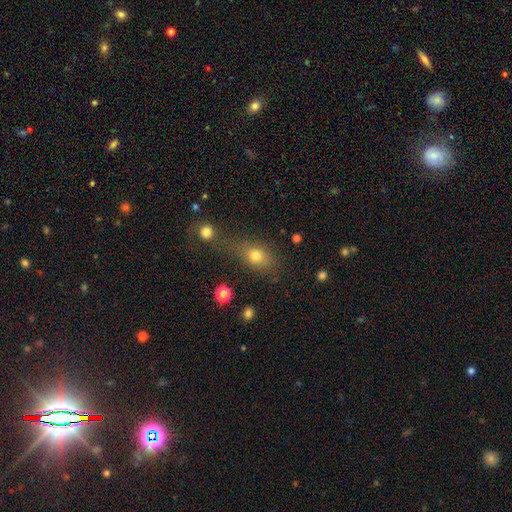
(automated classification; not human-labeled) This appears to be a smooth galaxy with no disk features (74%) that is in between round and cigar-shaped (57%). Merging: none (49%).